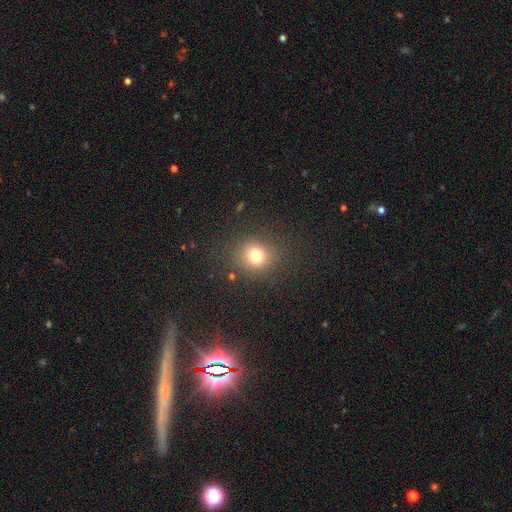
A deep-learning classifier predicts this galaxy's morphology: Smooth or featured?
  - smooth: 75% *
  - star or artifact: 17%
  - featured or disk: 8%
How rounded?
  - round: 80% *
  - in between: 19%
  - cigar-shaped: 1%
Merging?
  - none: 85% *
  - minor disturbance: 9%
  - major disturbance: 4%
  - merger: 2%